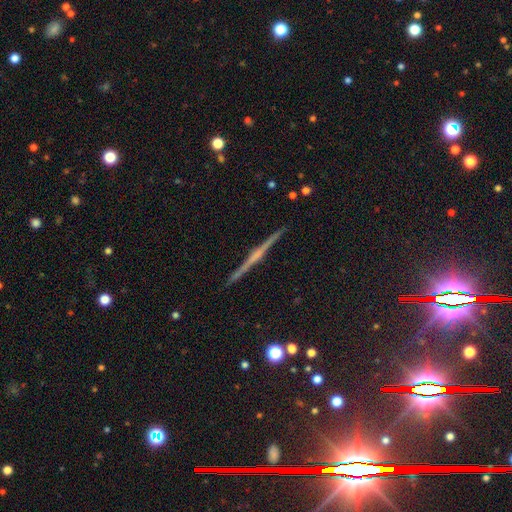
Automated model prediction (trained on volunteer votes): Smooth or featured? featured or disk (78%)
Edge-on disk? yes (98%)
Edge-on bulge? rounded (56%)
Merging? none (93%)